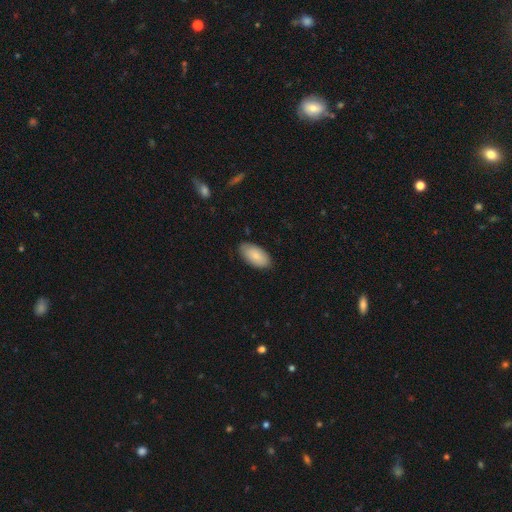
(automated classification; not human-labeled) A smooth galaxy with no disk features (83%) that is in between round and cigar-shaped (95%). Merging: none (82%).